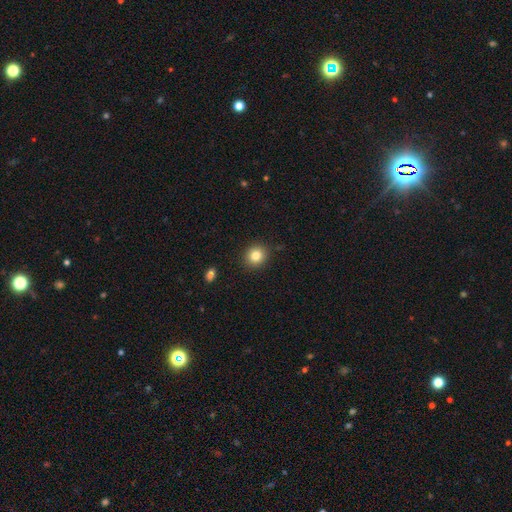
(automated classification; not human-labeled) smooth_or_featured: smooth (p=0.83) [alt: star or artifact p=0.10]
how_rounded: round (p=0.85) [alt: in between p=0.14]
merging: none (p=0.89) [alt: minor disturbance p=0.07]